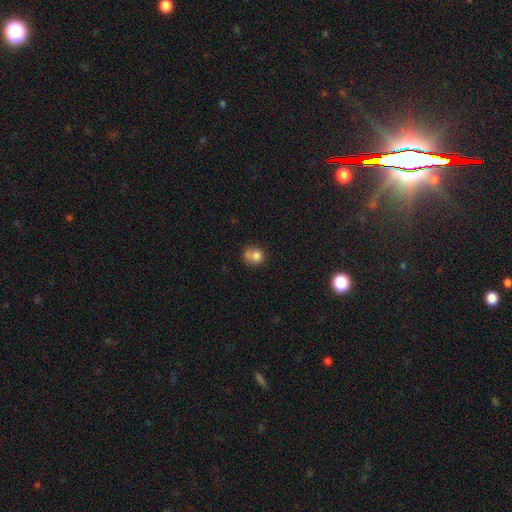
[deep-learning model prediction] smooth_or_featured: smooth (p=0.76) [alt: featured or disk p=0.13]
how_rounded: round (p=0.73) [alt: in between p=0.26]
merging: none (p=0.44) [alt: merger p=0.25]